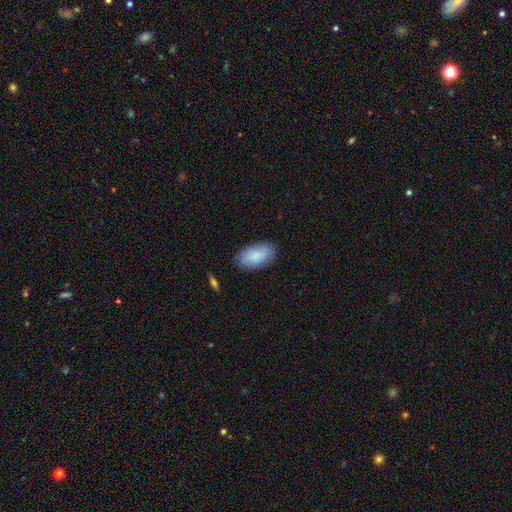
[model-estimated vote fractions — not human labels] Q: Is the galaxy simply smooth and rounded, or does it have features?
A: smooth — 83%.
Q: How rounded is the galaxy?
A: in between — 94%.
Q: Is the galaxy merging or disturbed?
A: none — 82%.